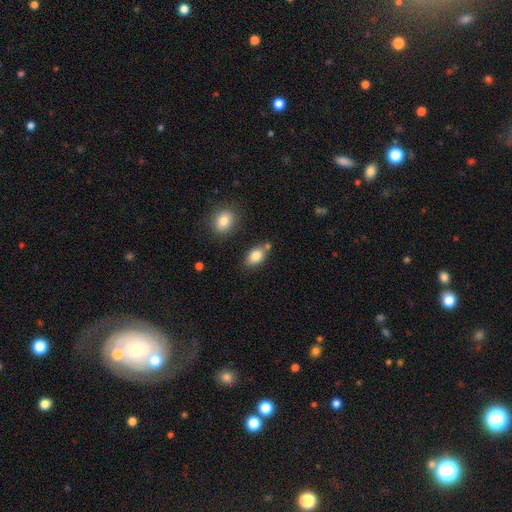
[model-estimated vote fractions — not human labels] The model was most divided on "merging": none: 70%, minor disturbance: 16%, merger: 11%, major disturbance: 4%. More confident: how rounded — in between (87%); smooth or featured — smooth (83%).